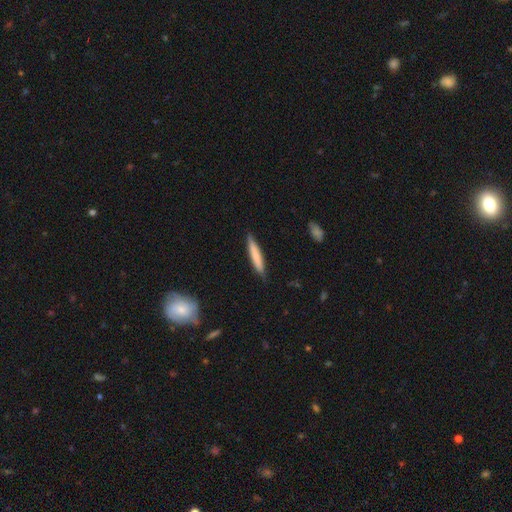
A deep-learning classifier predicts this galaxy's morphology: Smooth or featured? smooth (73%)
How rounded? cigar-shaped (93%)
Merging? none (86%)